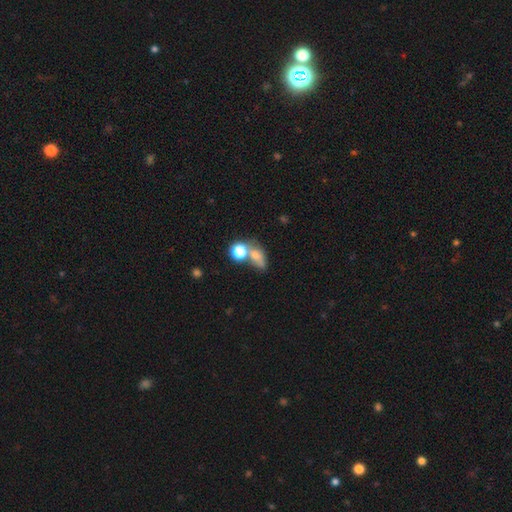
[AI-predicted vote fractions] Morphology: type=smooth (70%); roundness=in between (60%); merging=merger (42%).